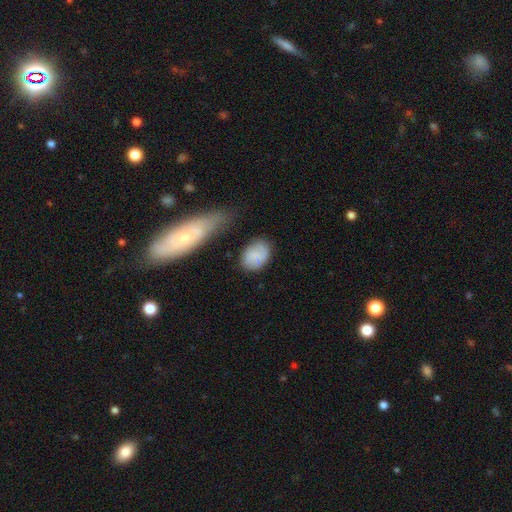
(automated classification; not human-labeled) Smooth or featured? Predicted: smooth (p=0.68). How rounded? Predicted: in between (p=0.68). Merging? Predicted: none (p=0.68).